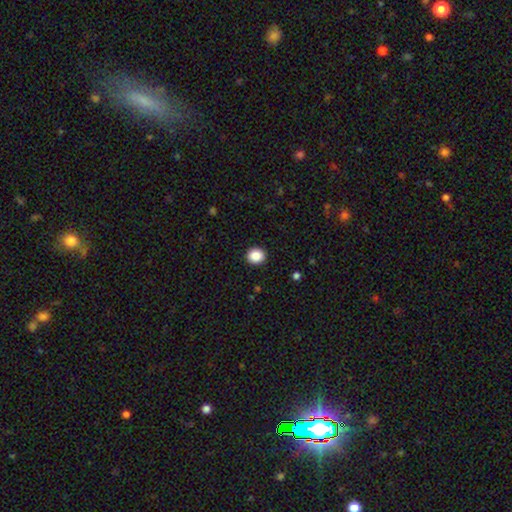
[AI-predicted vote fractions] Smooth or featured? smooth (87%)
How rounded? round (86%)
Merging? none (92%)